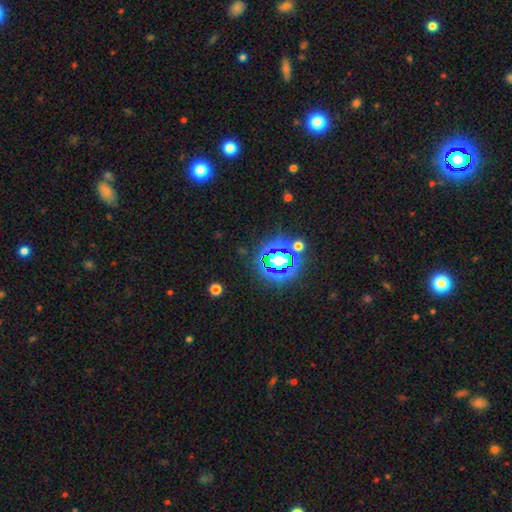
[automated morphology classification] This is likely a star or artifact rather than a galaxy (79%).